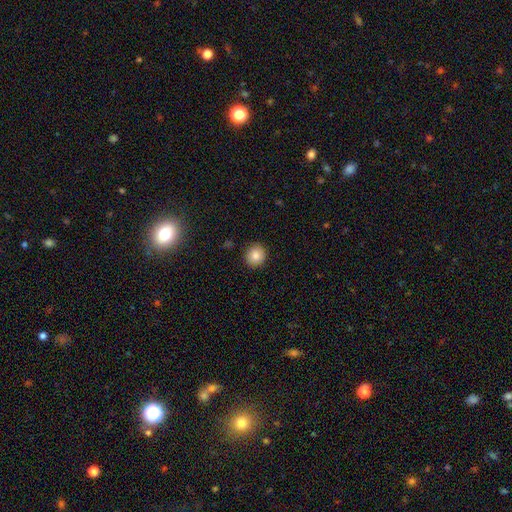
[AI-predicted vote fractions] Smooth or featured?
  - smooth: 83% *
  - star or artifact: 9%
  - featured or disk: 7%
How rounded?
  - round: 89% *
  - in between: 10%
  - cigar-shaped: 1%
Merging?
  - none: 89% *
  - minor disturbance: 7%
  - major disturbance: 2%
  - merger: 1%